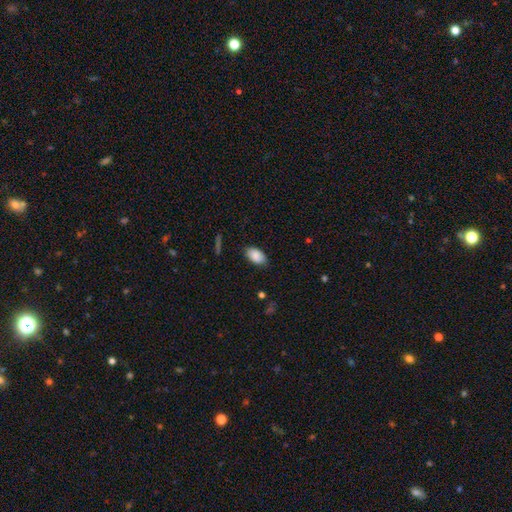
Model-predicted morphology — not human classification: The model was most divided on "merging": none: 84%, minor disturbance: 13%, major disturbance: 3%, merger: 1%. More confident: how rounded — in between (94%); smooth or featured — smooth (89%).